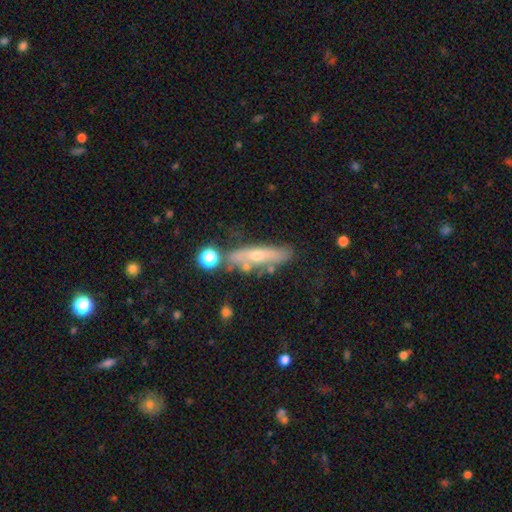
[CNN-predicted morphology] Smooth or featured: featured or disk — 56% (smooth — 30%)
Edge-on disk: yes — 55% (no — 45%)
Merging: none — 63% (minor disturbance — 17%)